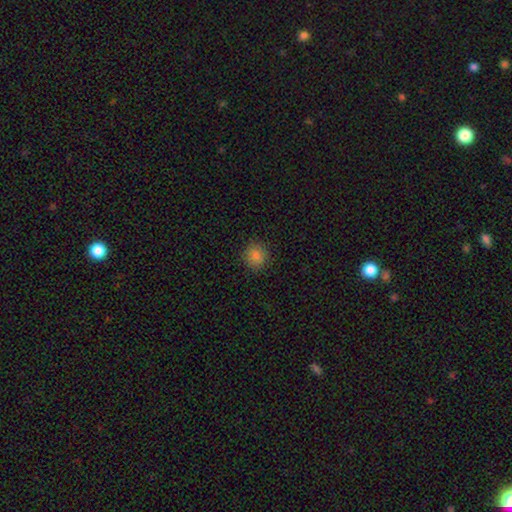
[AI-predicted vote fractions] smooth 83%, star or artifact 12%, featured or disk 5%. Down the decision tree: how rounded — round (88%); merging — none (90%).